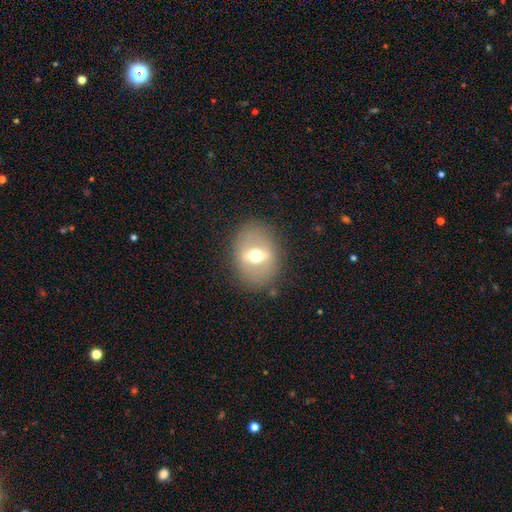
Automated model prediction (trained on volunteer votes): Smooth or featured?
  - featured or disk: 46% *
  - smooth: 43%
  - star or artifact: 11%
Merging?
  - none: 84% *
  - minor disturbance: 10%
  - major disturbance: 4%
  - merger: 1%